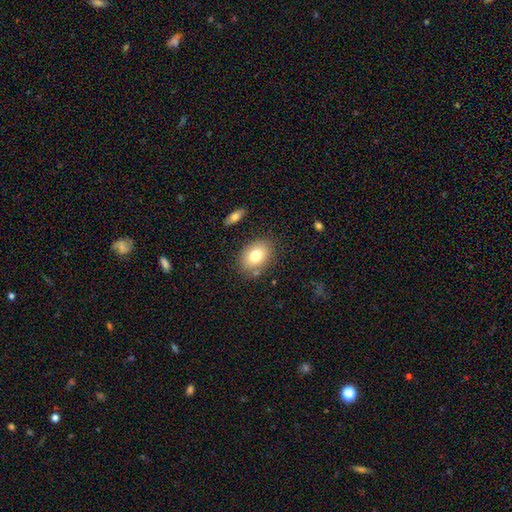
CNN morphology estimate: Smooth or featured: smooth — 78% (featured or disk — 14%)
How rounded: in between — 73% (round — 26%)
Merging: none — 80% (minor disturbance — 12%)